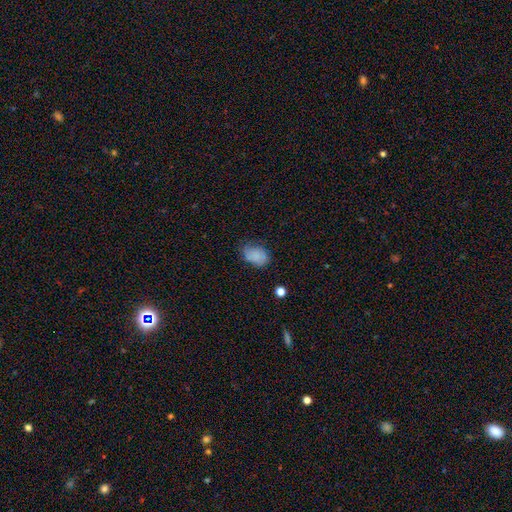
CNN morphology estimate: smooth 81%, featured or disk 9%, star or artifact 9%. Down the decision tree: how rounded — in between (80%); merging — none (62%).